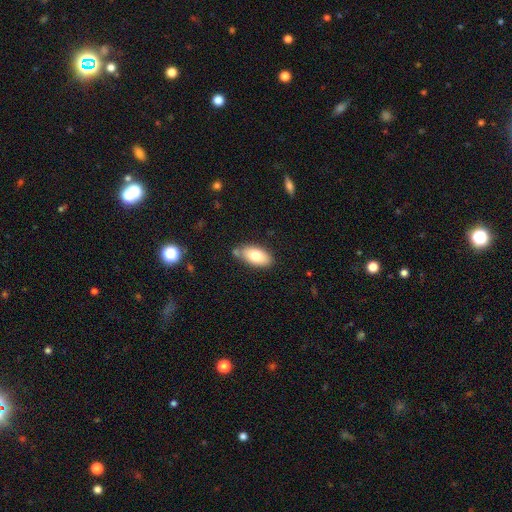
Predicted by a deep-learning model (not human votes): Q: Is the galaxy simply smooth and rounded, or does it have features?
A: smooth — 76%.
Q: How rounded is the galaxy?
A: in between — 92%.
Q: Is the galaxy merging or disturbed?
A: none — 73%.